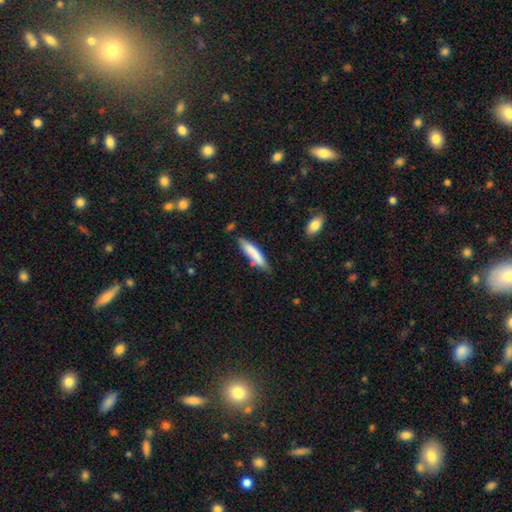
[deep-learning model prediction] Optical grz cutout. It shows a smooth galaxy with no disk features (80%) that is cigar-shaped (82%). Merging: none (71%).